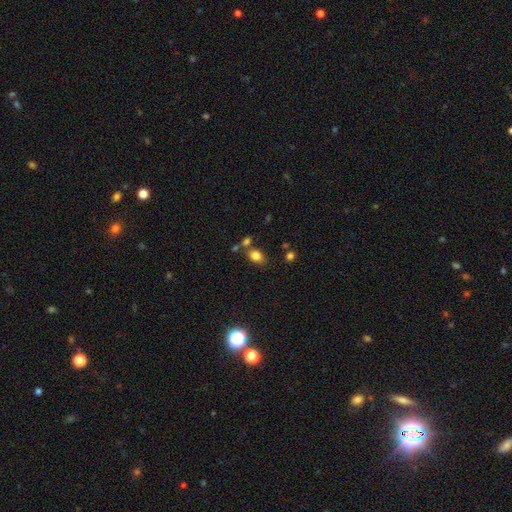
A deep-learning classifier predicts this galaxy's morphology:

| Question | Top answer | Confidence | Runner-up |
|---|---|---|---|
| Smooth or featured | smooth | 81% | star or artifact (12%) |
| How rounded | in between | 72% | round (26%) |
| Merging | none | 64% | merger (18%) |